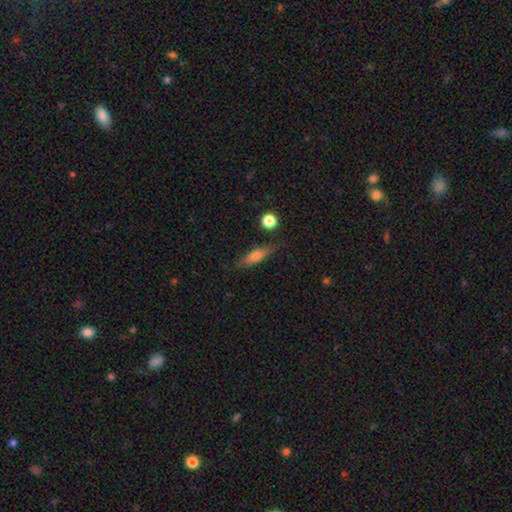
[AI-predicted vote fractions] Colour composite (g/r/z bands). It shows a smooth galaxy with no disk features (66%) that is cigar-shaped (60%). Merging: none (78%).